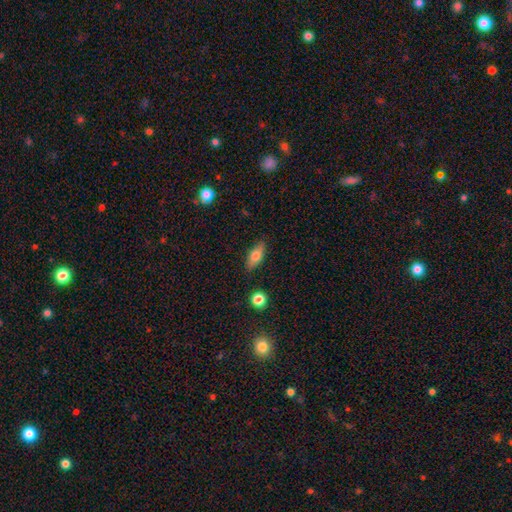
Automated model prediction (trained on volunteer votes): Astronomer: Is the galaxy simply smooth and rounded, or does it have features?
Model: smooth — 73%.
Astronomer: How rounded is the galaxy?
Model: in between — 75%.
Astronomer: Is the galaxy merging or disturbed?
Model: none — 85%.